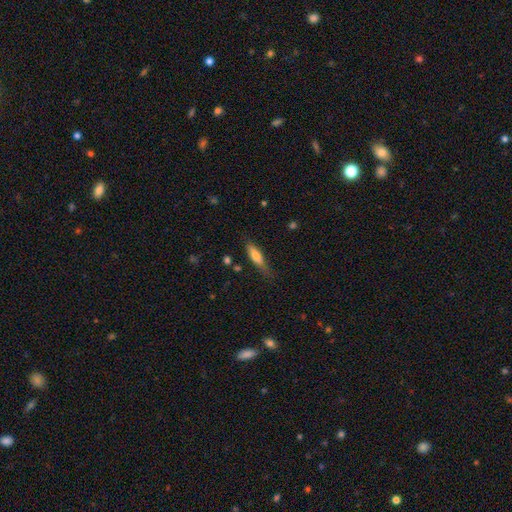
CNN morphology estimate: This appears to be a smooth galaxy with no disk features (73%) that is cigar-shaped (64%). Merging: none (67%).